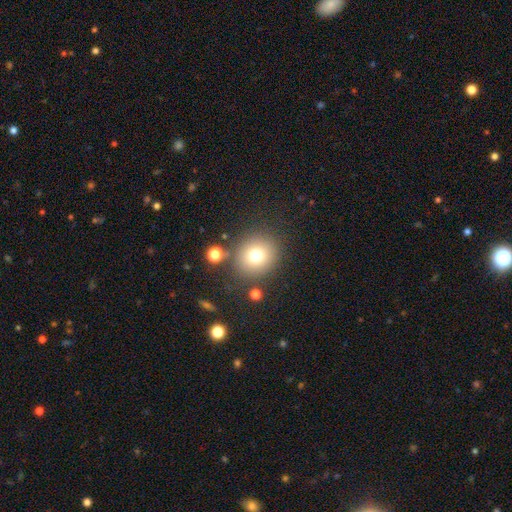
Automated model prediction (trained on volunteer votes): The model was most divided on "smooth or featured": smooth: 75%, star or artifact: 14%, featured or disk: 11%. More confident: how rounded — round (85%); merging — none (81%).